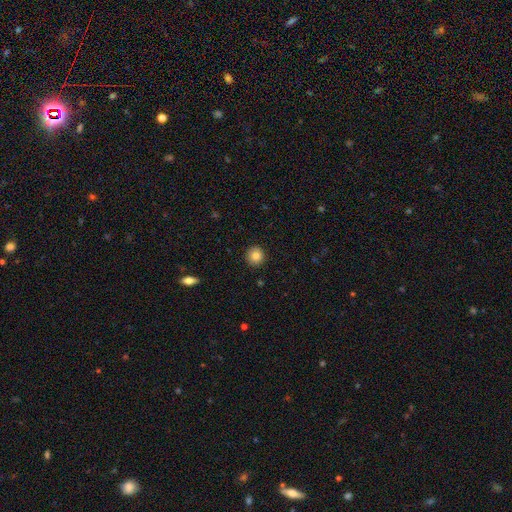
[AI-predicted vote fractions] A smooth galaxy with no disk features (84%) that is round (93%).

Vote fractions:
- Smooth or featured? smooth: 84% / star or artifact: 9% / featured or disk: 7%
- How rounded? round: 93% / in between: 6% / cigar-shaped: 1%
- Merging? none: 92% / minor disturbance: 6% / major disturbance: 2% / merger: 1%